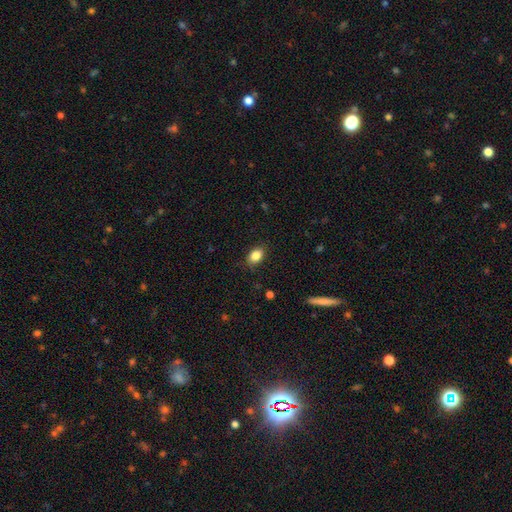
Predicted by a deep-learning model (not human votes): Smooth or featured? smooth (85%)
How rounded? in between (79%)
Merging? none (84%)